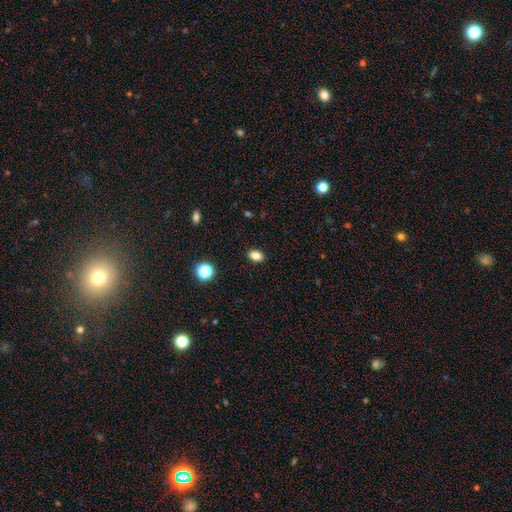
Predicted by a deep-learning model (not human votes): A smooth galaxy with no disk features (83%) that is in between round and cigar-shaped (83%). Merging: none (89%).